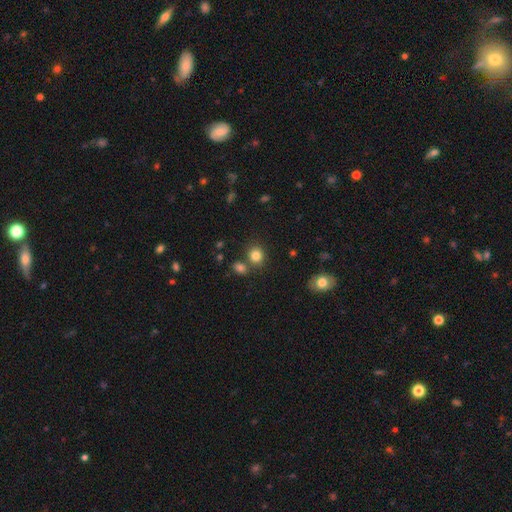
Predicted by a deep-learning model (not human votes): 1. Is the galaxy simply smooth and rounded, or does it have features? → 82% smooth, 12% star or artifact, 6% featured or disk.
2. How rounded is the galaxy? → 75% round, 24% in between, 1% cigar-shaped.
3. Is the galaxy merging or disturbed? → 71% none, 16% merger, 10% minor disturbance, 3% major disturbance.